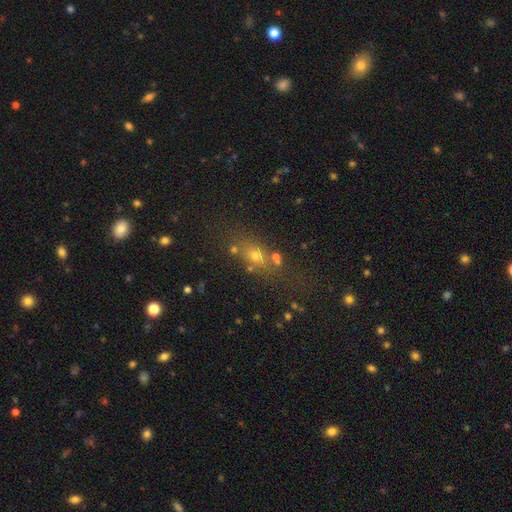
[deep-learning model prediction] Q: Smooth or featured?
A: smooth (59%); runner-up: star or artifact (25%)
Q: How rounded?
A: in between (51%); runner-up: round (38%)
Q: Merging?
A: none (63%); runner-up: merger (16%)